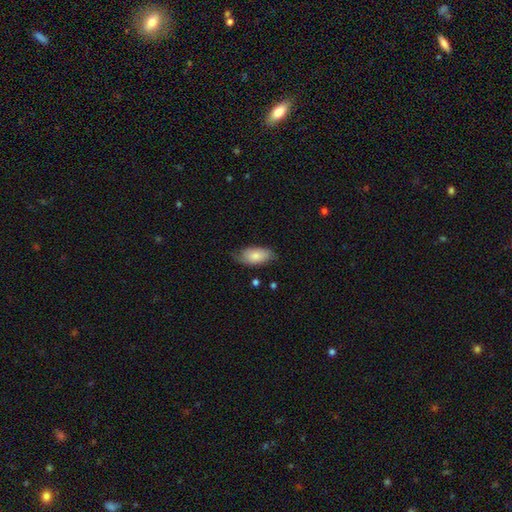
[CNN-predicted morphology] Overall: smooth (75%). How rounded: in between (93%). Merging: none (59%; minor disturbance 31%).